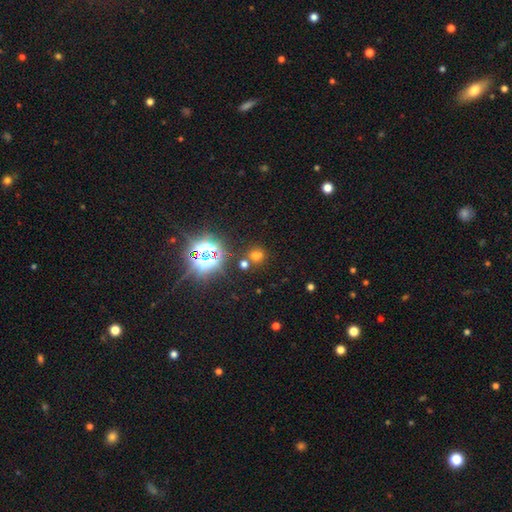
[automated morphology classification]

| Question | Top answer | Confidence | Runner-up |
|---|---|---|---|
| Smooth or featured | smooth | 54% | star or artifact (37%) |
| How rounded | round | 75% | in between (24%) |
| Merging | none | 73% | merger (14%) |